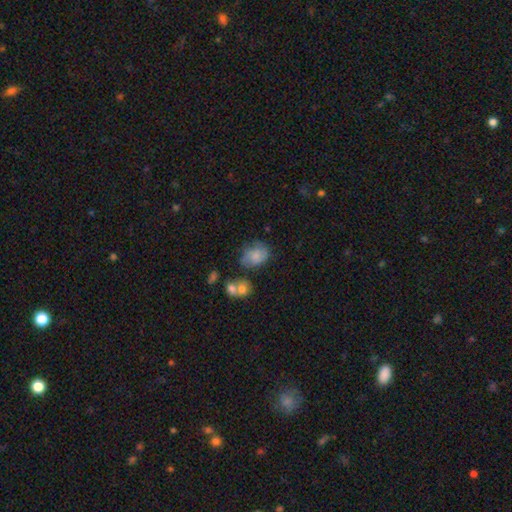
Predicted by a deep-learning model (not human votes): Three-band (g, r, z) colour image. It shows a smooth galaxy with no disk features (69%) that is in between round and cigar-shaped (65%). Merging: none (50%).